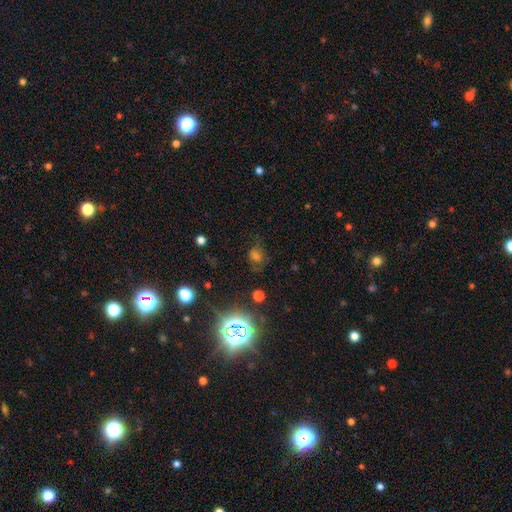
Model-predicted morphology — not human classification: The model was most divided on "smooth or featured": smooth: 45%, star or artifact: 41%, featured or disk: 14%. More confident: merging — none (68%).